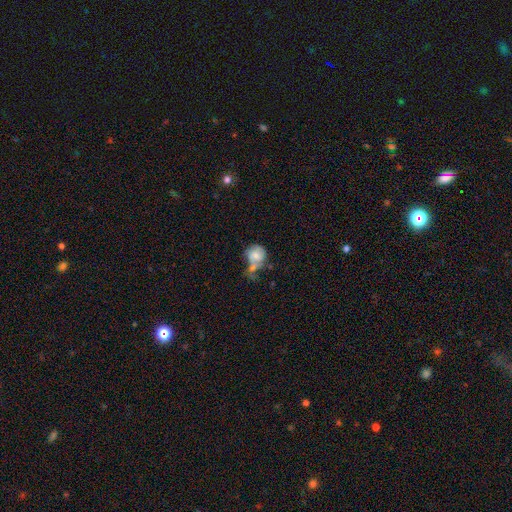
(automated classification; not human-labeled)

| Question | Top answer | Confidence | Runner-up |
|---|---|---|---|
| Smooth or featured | smooth | 56% | featured or disk (35%) |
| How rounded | round | 66% | in between (32%) |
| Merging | merger | 34% | none (25%) |